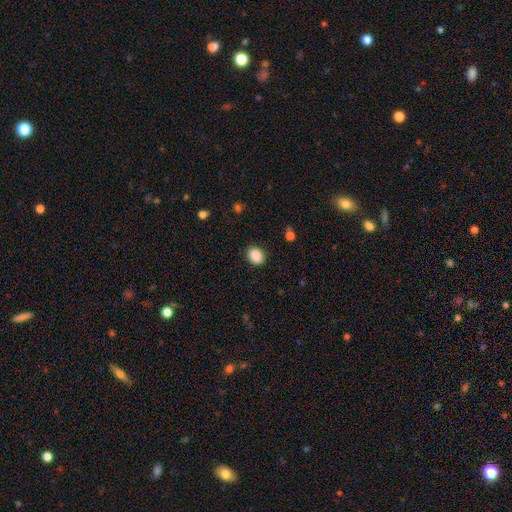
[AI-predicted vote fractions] A smooth galaxy with no disk features (89%) that is in between round and cigar-shaped (52%).

Vote fractions:
- Smooth or featured? smooth: 89% / star or artifact: 8% / featured or disk: 3%
- How rounded? in between: 52% / round: 47% / cigar-shaped: 1%
- Merging? none: 89% / minor disturbance: 7% / major disturbance: 2% / merger: 1%